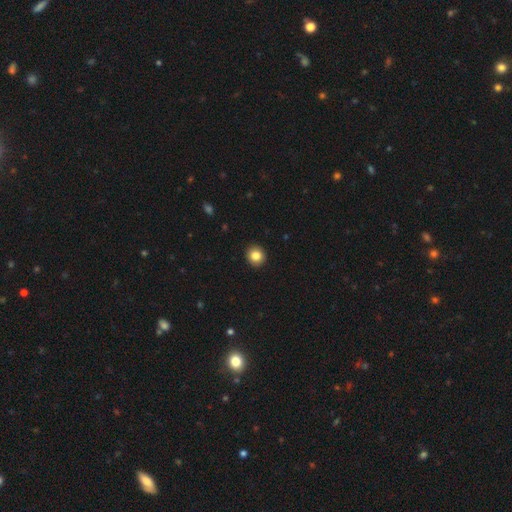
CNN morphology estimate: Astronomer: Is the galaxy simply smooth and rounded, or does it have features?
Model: smooth — 84%.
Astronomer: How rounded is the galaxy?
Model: round — 89%.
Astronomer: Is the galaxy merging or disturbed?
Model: none — 93%.